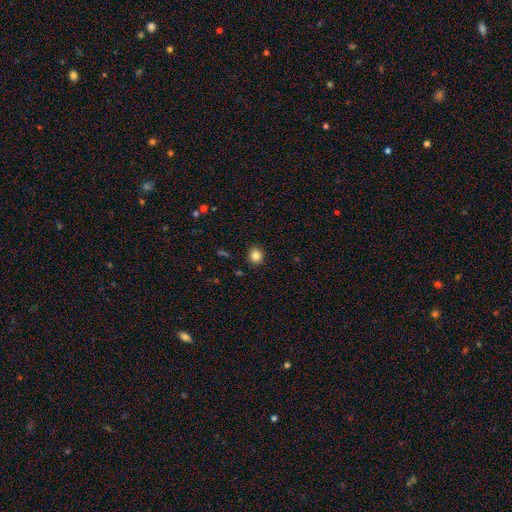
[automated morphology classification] smooth 84%, star or artifact 11%, featured or disk 5%. Down the decision tree: how rounded — round (83%); merging — none (91%).